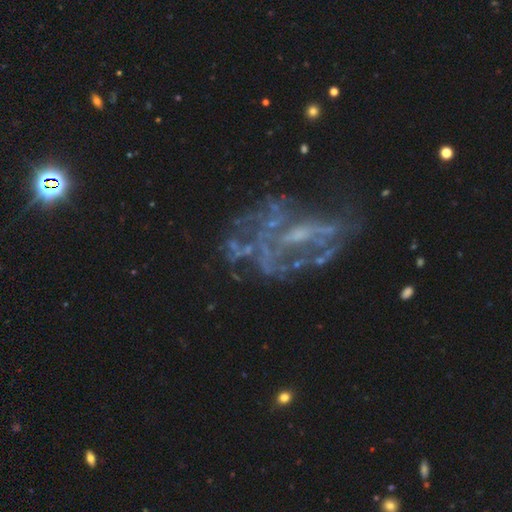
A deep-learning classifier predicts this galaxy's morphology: A featured or disk galaxy (68%) with no bar (59%), no spiral arms (57%) and no central bulge (47%).

Vote fractions:
- Smooth or featured? featured or disk: 68% / star or artifact: 22% / smooth: 11%
- Edge-on disk? no: 96% / yes: 4%
- Bar? no: 59% / weak: 28% / strong: 12%
- Spiral arms? no: 57% / yes: 43%
- Bulge size? none: 47% / small: 39% / moderate: 11% / large: 2% / dominant: 1%
- Merging? none: 43% / major disturbance: 33% / minor disturbance: 17% / merger: 6%